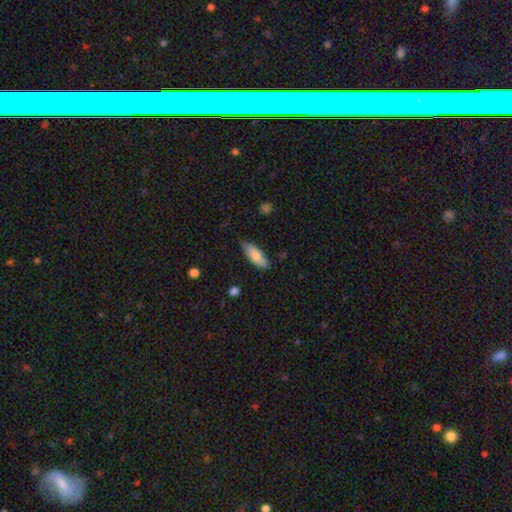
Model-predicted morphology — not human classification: Smooth or featured: smooth — 79% (featured or disk — 15%)
How rounded: in between — 66% (cigar-shaped — 32%)
Merging: none — 79% (minor disturbance — 17%)